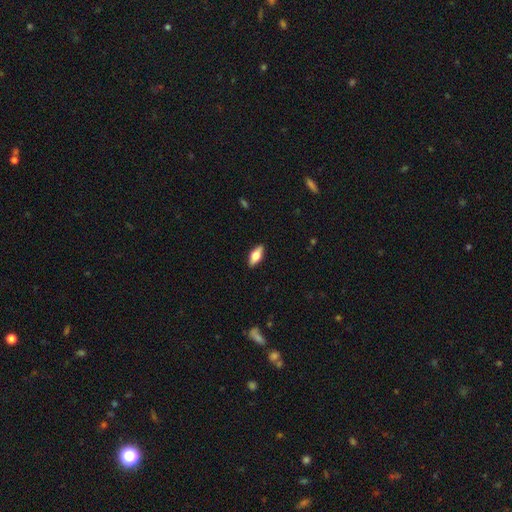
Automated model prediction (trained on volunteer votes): Smooth or featured: smooth — 62% (featured or disk — 32%)
How rounded: in between — 77% (cigar-shaped — 20%)
Merging: none — 89% (minor disturbance — 8%)